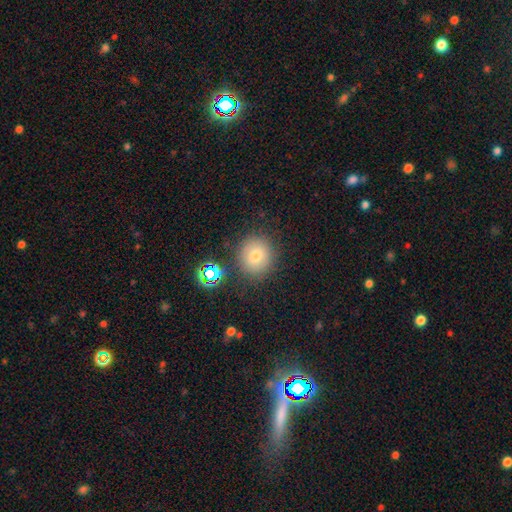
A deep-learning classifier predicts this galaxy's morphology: Smooth or featured?
  - smooth: 73% *
  - star or artifact: 16%
  - featured or disk: 11%
How rounded?
  - round: 87% *
  - in between: 12%
  - cigar-shaped: 1%
Merging?
  - none: 84% *
  - minor disturbance: 9%
  - merger: 4%
  - major disturbance: 3%